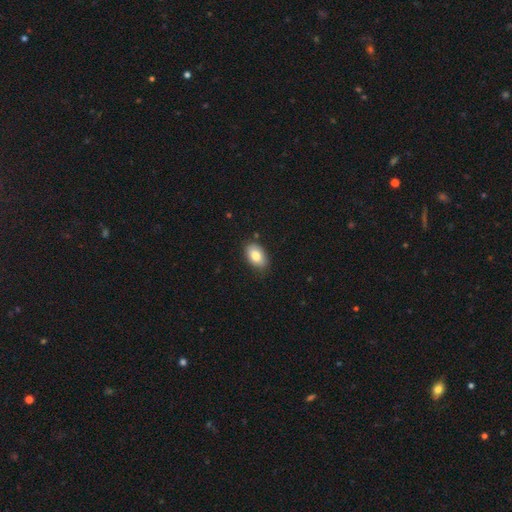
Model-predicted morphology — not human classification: smooth_or_featured: smooth (p=0.81) [alt: featured or disk p=0.11]
how_rounded: in between (p=0.91) [alt: round p=0.08]
merging: none (p=0.84) [alt: minor disturbance p=0.13]